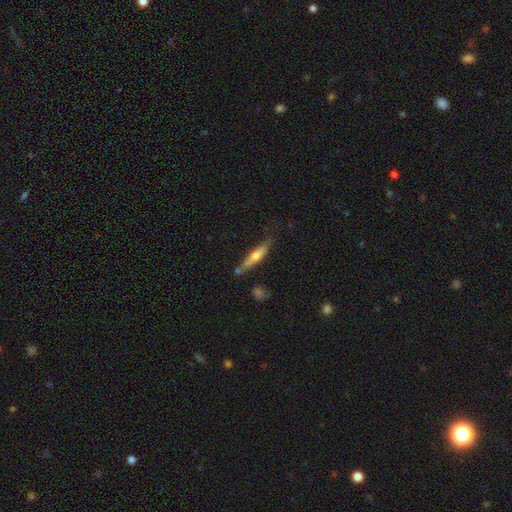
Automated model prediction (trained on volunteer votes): This appears to be a smooth galaxy with no disk features (55%) that is cigar-shaped (84%). Merging: none (70%).